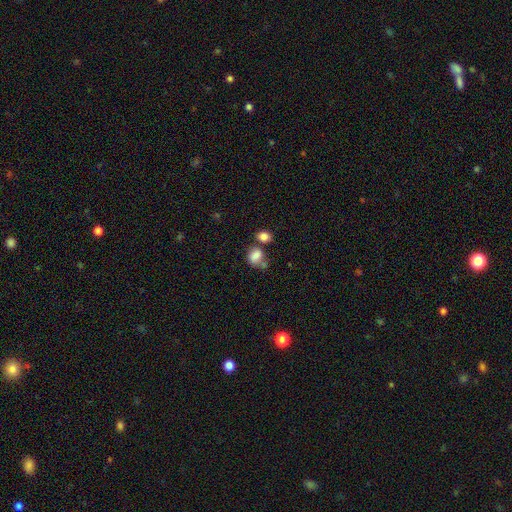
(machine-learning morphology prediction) smooth 82%, star or artifact 10%, featured or disk 8%. Down the decision tree: how rounded — in between (58%); merging — none (42%).